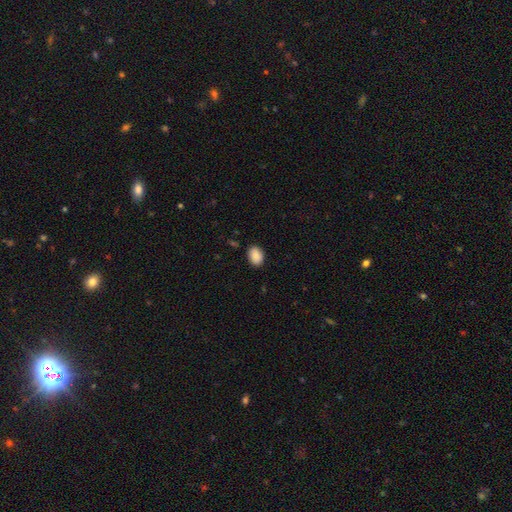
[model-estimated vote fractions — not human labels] Smooth or featured: smooth — 89% (star or artifact — 7%)
How rounded: in between — 78% (round — 20%)
Merging: none — 87% (minor disturbance — 10%)